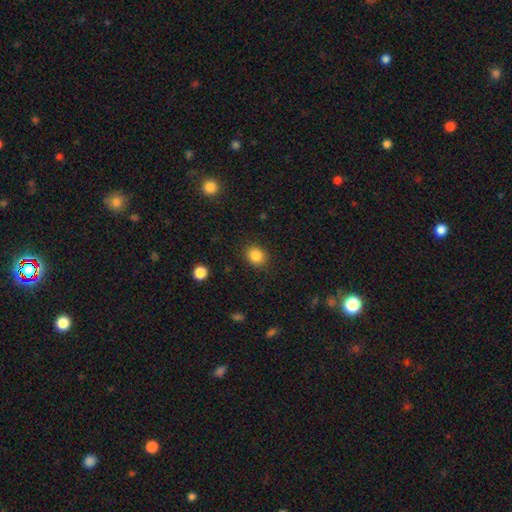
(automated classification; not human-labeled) Overall: smooth (85%). How rounded: round (67%; in between 32%). Merging: none (88%).